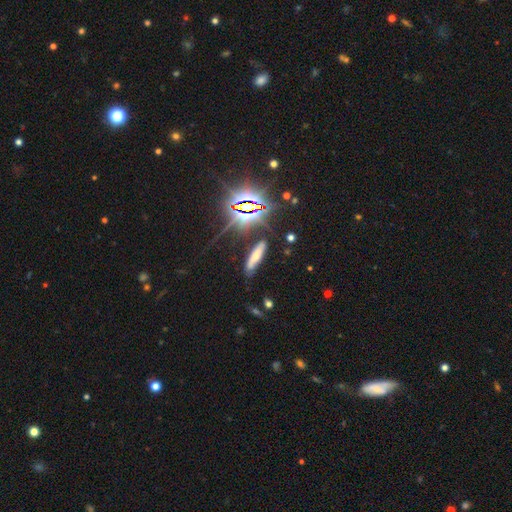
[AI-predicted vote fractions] Smooth or featured?
  - smooth: 48% *
  - star or artifact: 26%
  - featured or disk: 26%
Merging?
  - none: 76% *
  - minor disturbance: 15%
  - major disturbance: 5%
  - merger: 4%